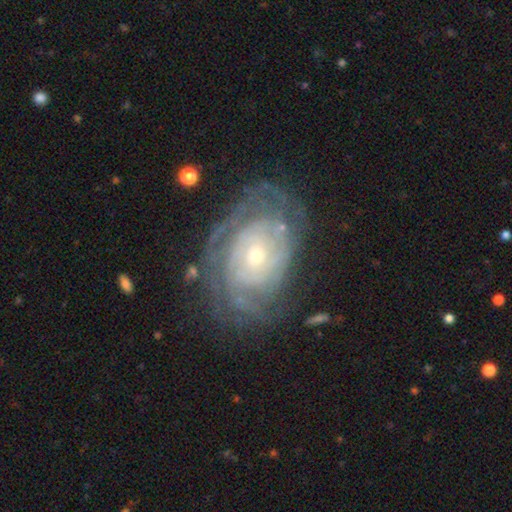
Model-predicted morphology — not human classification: The model was most divided on "bulge size": small: 64%, moderate: 31%, large: 2%, none: 1%, dominant: 1%. More confident: edge-on disk — no (96%); spiral arms — yes (90%); smooth or featured — featured or disk (83%); bar — no (76%); spiral winding — tight (75%); merging — none (67%); spiral arm count — can't tell (51%).